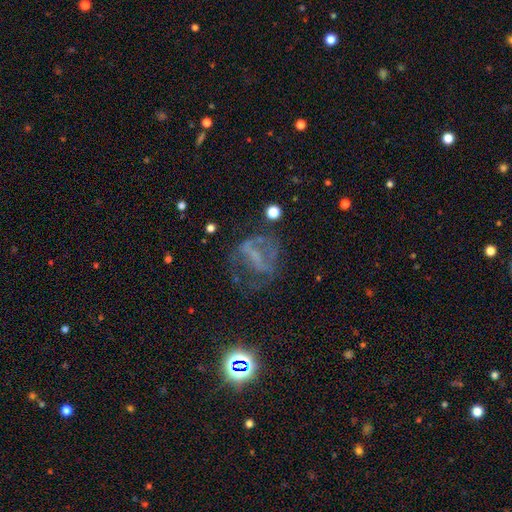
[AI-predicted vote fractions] Overall: featured or disk (54%; star or artifact 25%). Edge-on disk: no (93%). Bar: strong (39%; no 34%). Spiral arms: no (61%; yes 39%). Bulge size: none (61%; small 24%). Merging: none (45%; major disturbance 33%).